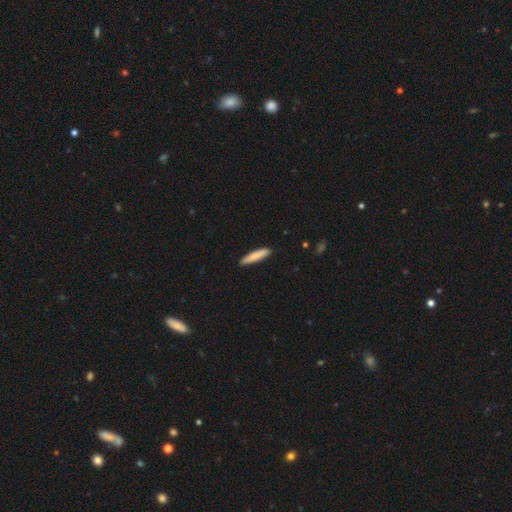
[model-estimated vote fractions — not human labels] Smooth or featured? Predicted: smooth (p=0.81). How rounded? Predicted: cigar-shaped (p=0.89). Merging? Predicted: none (p=0.90).